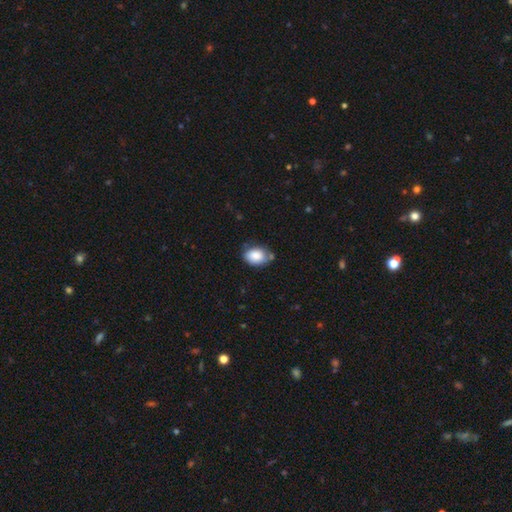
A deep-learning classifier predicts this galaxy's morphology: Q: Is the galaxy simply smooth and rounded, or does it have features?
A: smooth — 86%.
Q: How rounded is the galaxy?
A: in between — 77%.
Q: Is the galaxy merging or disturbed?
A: none — 63%.